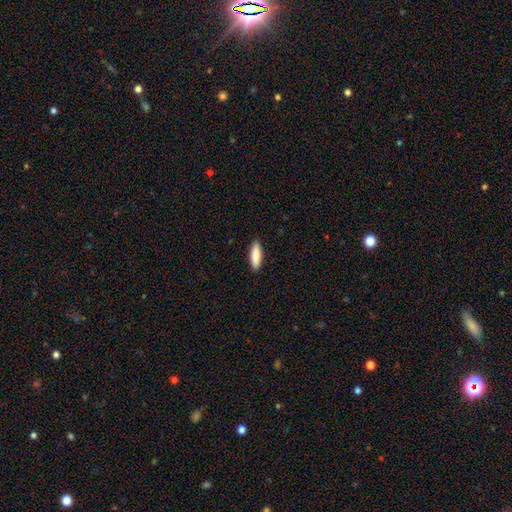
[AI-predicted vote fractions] This is clearly a smooth galaxy (86%). How rounded: possibly in between (49%, tied with cigar-shaped). Merging: clearly none (90%).